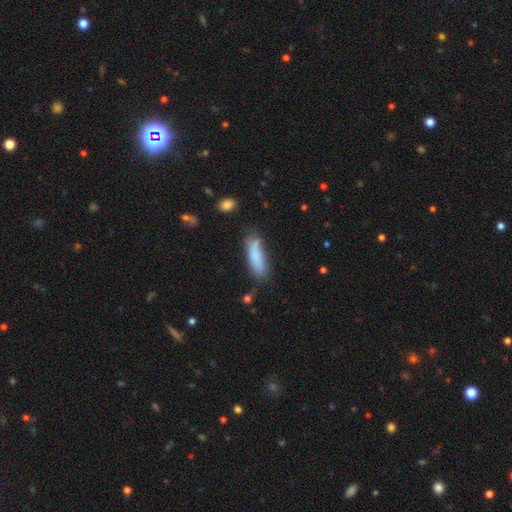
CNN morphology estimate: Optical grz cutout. It shows a smooth galaxy with no disk features (80%) that is cigar-shaped (51%). Merging: none (55%).